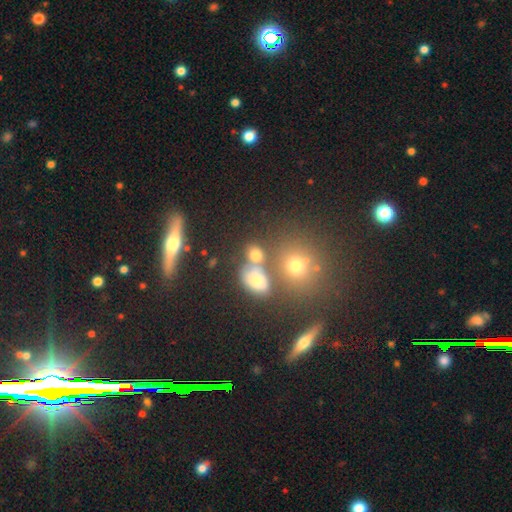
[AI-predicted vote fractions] Q: Smooth or featured?
A: smooth (69%); runner-up: star or artifact (19%)
Q: How rounded?
A: round (53%); runner-up: in between (44%)
Q: Merging?
A: none (51%); runner-up: merger (30%)